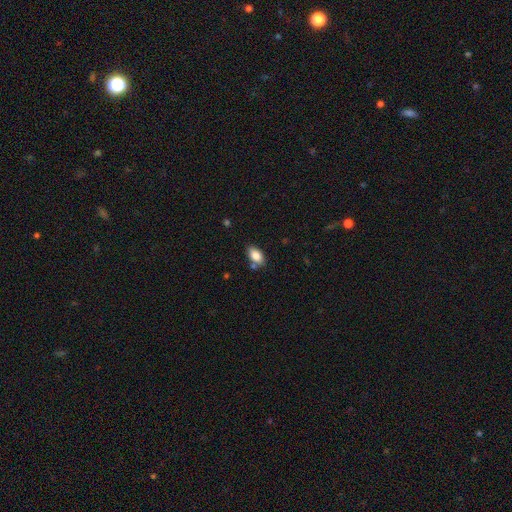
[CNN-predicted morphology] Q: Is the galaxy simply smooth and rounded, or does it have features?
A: smooth — 84%.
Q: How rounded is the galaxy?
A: in between — 92%.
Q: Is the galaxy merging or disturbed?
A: none — 74%.